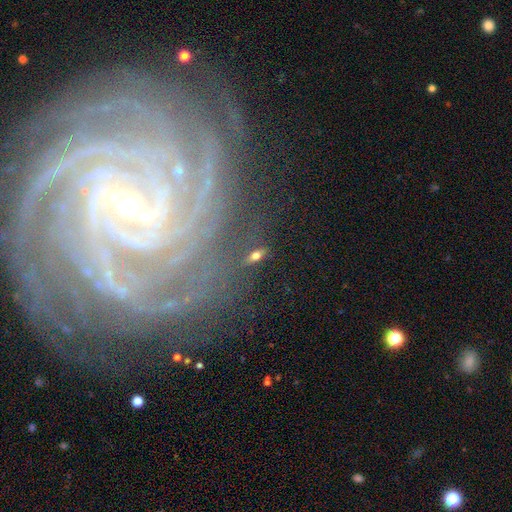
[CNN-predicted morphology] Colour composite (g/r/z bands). It shows a smooth galaxy with no disk features (50%). Merging: none (82%).